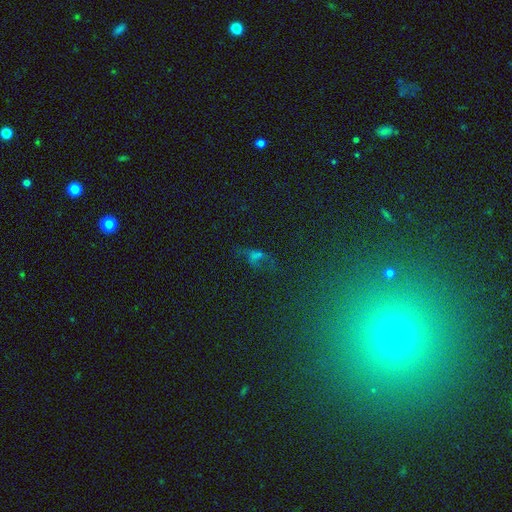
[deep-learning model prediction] star or artifact 48%, smooth 29%, featured or disk 23%.